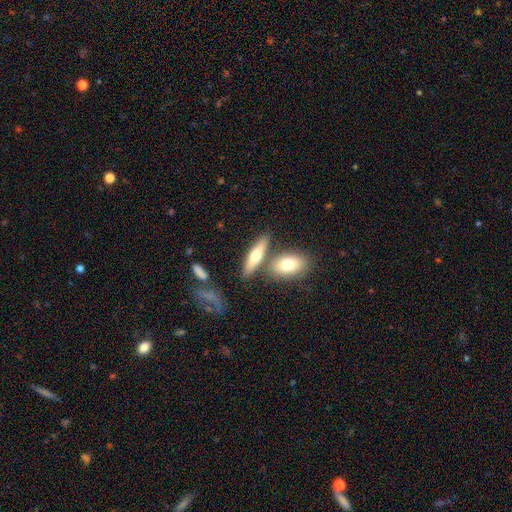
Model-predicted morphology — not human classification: A smooth galaxy with no disk features (59%) that is cigar-shaped (53%). Merging: none (65%).